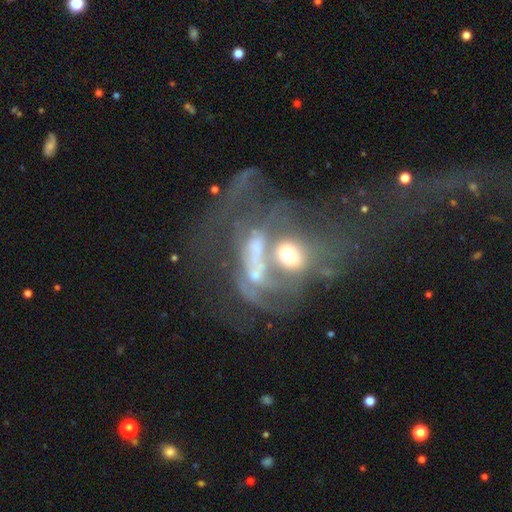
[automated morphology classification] This appears to be a featured or disk galaxy (60%) with no bar (77%), no spiral arms (70%) and a moderate central bulge (50%). Merging: merger (63%).